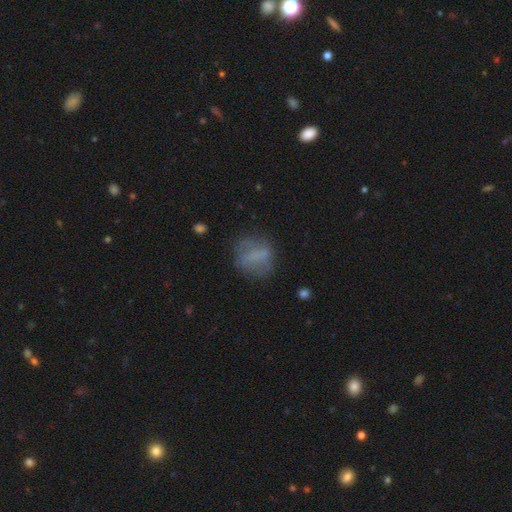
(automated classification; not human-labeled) A smooth galaxy with no disk features (58%) that is round (66%).

Vote fractions:
- Smooth or featured? smooth: 58% / featured or disk: 29% / star or artifact: 12%
- How rounded? round: 66% / in between: 31% / cigar-shaped: 3%
- Merging? none: 63% / minor disturbance: 20% / major disturbance: 13% / merger: 3%